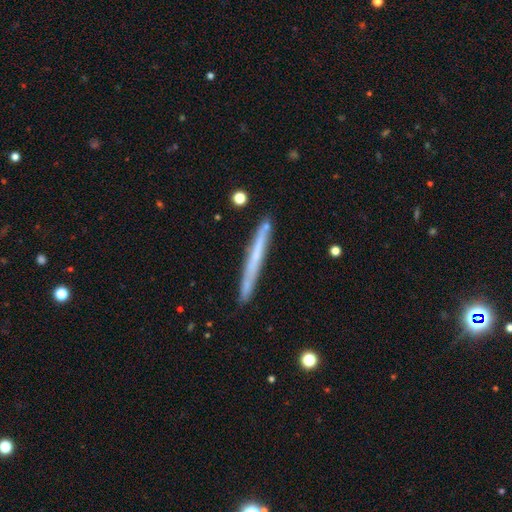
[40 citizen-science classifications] Smooth or featured?
  - smooth: 55% *
  - featured or disk: 42%
  - star or artifact: 2%
How rounded?
  - cigar-shaped: 100% *
  - round: 0%
  - in between: 0%
Merging?
  - none: 95% *
  - minor disturbance: 3%
  - merger: 3%
  - major disturbance: 0%